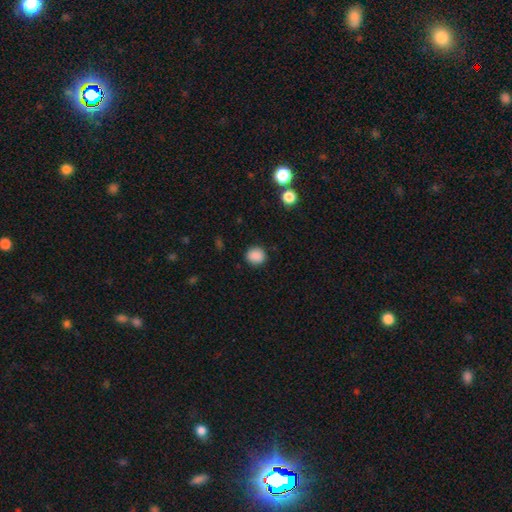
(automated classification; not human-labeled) A smooth galaxy with no disk features (88%) that is round (80%).

Vote fractions:
- Smooth or featured? smooth: 88% / star or artifact: 10% / featured or disk: 3%
- How rounded? round: 80% / in between: 19% / cigar-shaped: 1%
- Merging? none: 88% / minor disturbance: 8% / major disturbance: 3% / merger: 1%